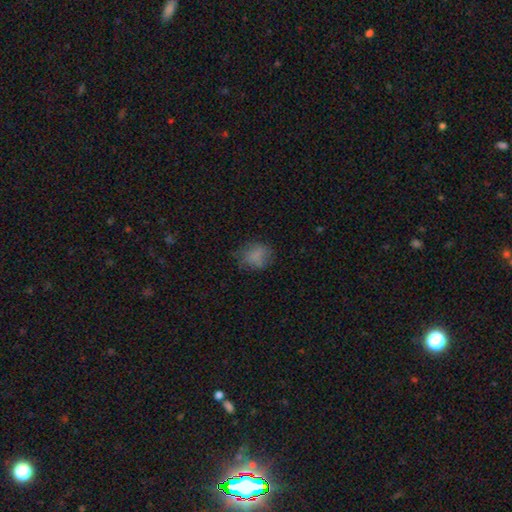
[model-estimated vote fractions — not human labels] A smooth galaxy with no disk features (74%) that is round (55%). Merging: none (62%).